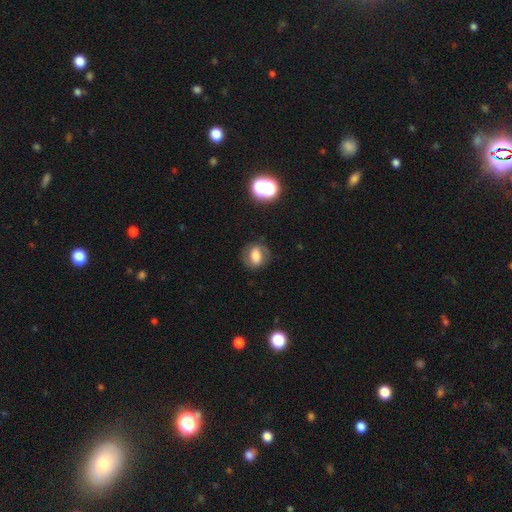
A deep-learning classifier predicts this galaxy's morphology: Overall: featured or disk (49%; smooth 41%). Merging: none (77%).